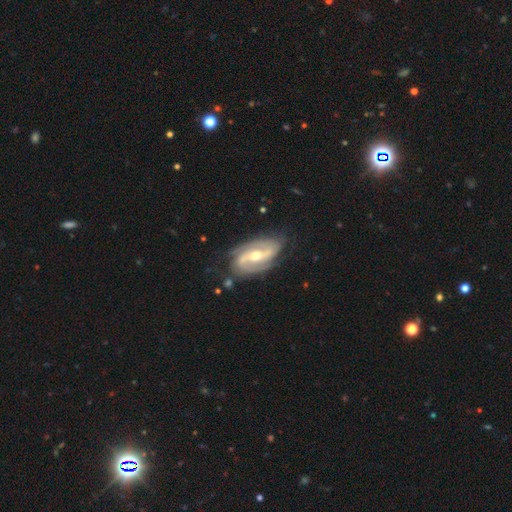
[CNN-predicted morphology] Smooth or featured? Predicted: featured or disk (p=0.87). Edge-on disk? Predicted: no (p=0.95). Bar? Predicted: strong (p=0.46). Spiral arms? Predicted: yes (p=0.95). Spiral winding? Predicted: medium (p=0.44). Spiral arm count? Predicted: 2 (p=0.82). Bulge size? Predicted: moderate (p=0.63). Merging? Predicted: none (p=0.75).